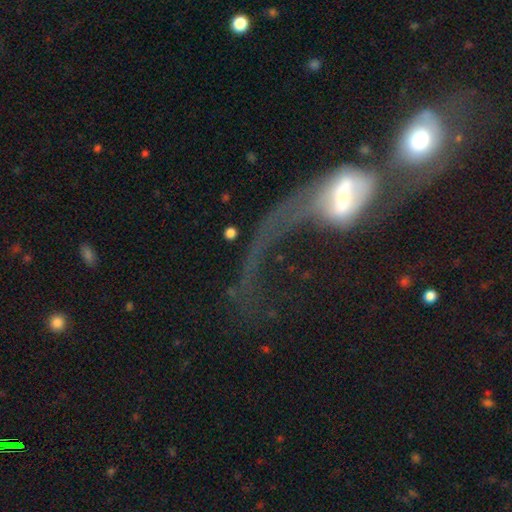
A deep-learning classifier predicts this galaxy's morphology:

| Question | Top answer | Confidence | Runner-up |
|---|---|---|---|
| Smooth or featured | featured or disk | 62% | smooth (26%) |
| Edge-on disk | no | 91% | yes (9%) |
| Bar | no | 46% | weak (33%) |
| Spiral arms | yes | 65% | no (35%) |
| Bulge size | moderate | 37% | small (28%) |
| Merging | merger | 51% | major disturbance (32%) |